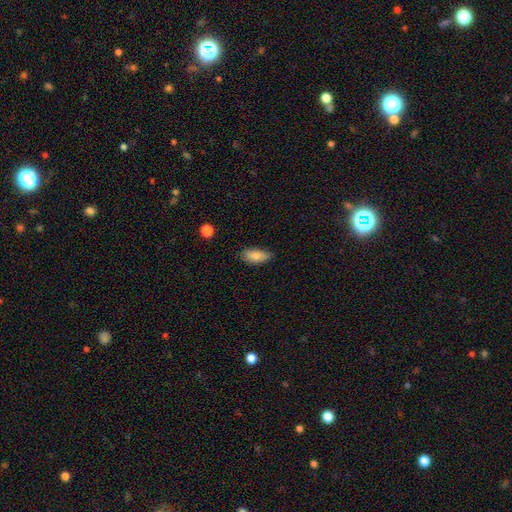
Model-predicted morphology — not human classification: This appears to be a smooth galaxy with no disk features (84%) that is in between round and cigar-shaped (89%). Merging: none (70%).